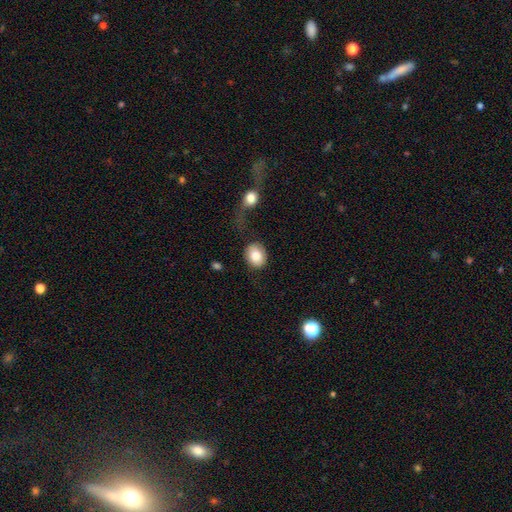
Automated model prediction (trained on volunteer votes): A smooth galaxy with no disk features (84%) that is round (54%). Merging: none (70%).